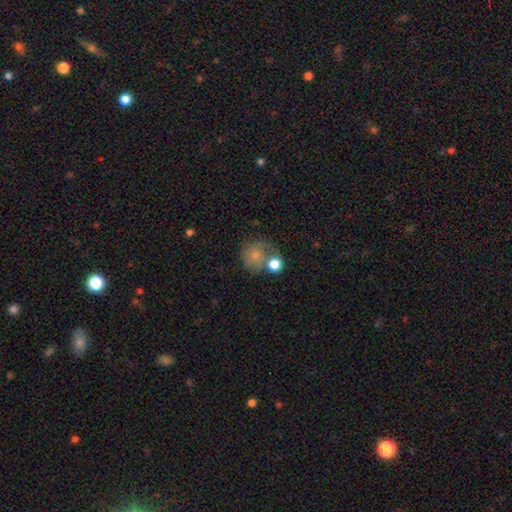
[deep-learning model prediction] Smooth or featured? Predicted: smooth (p=0.71). How rounded? Predicted: round (p=0.78). Merging? Predicted: none (p=0.39).